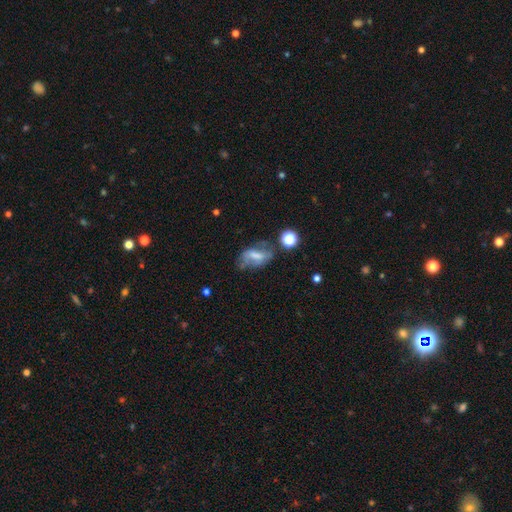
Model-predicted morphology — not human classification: This is possibly a smooth galaxy (46%). Merging: marginally none (40%).